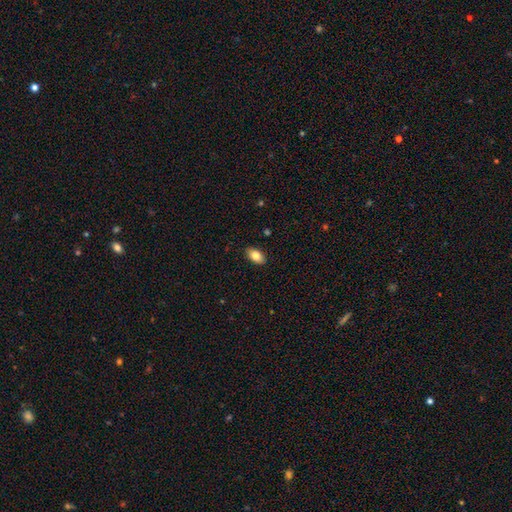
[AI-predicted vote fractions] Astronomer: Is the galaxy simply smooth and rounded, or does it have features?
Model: smooth — 82%.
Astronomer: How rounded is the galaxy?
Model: in between — 93%.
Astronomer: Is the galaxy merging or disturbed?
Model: none — 89%.